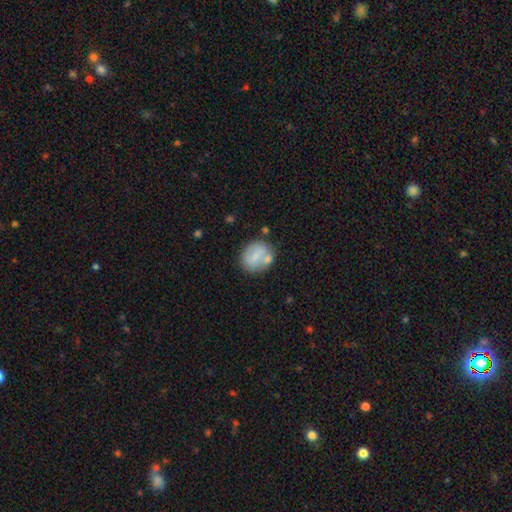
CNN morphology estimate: Q: Smooth or featured?
A: smooth (68%); runner-up: featured or disk (24%)
Q: How rounded?
A: round (70%); runner-up: in between (29%)
Q: Merging?
A: none (65%); runner-up: minor disturbance (16%)